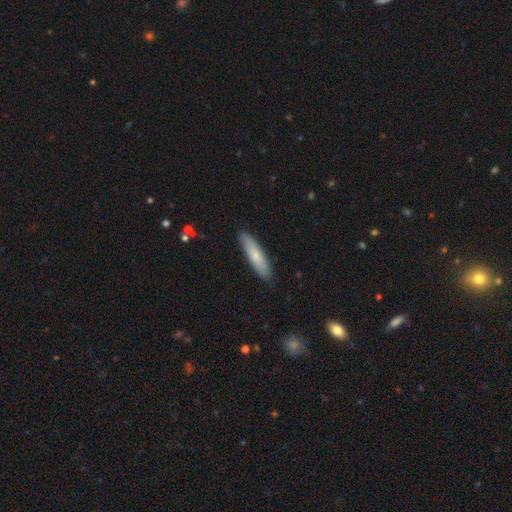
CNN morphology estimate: The model was most divided on "how rounded": cigar-shaped: 76%, in between: 22%, round: 1%. More confident: merging — none (88%); smooth or featured — smooth (75%).